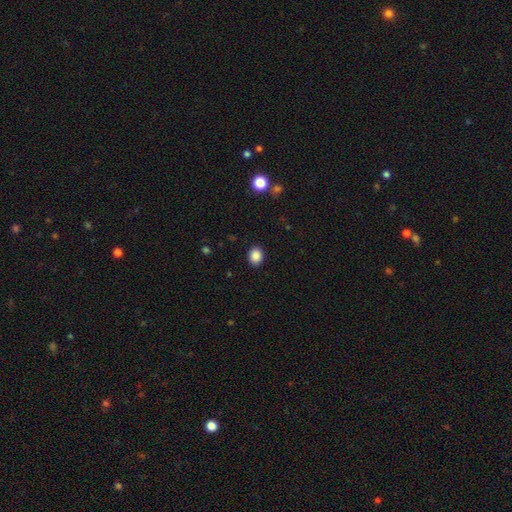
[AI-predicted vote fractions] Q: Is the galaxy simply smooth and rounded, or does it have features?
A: smooth — 88%.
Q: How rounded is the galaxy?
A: round — 55%.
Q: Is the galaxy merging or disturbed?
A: none — 91%.